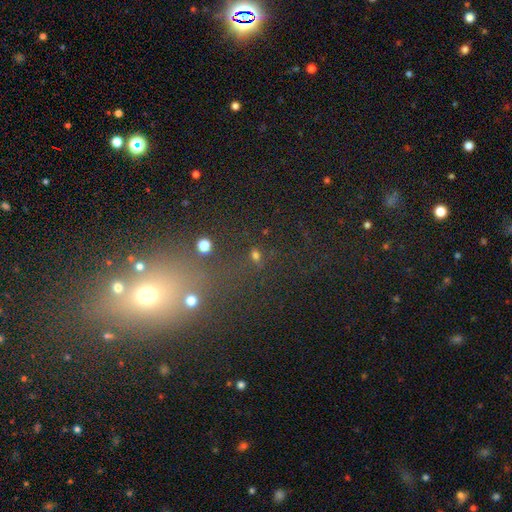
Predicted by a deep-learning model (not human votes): Q: Smooth or featured?
A: smooth (48%); runner-up: star or artifact (40%)
Q: Merging?
A: none (66%); runner-up: minor disturbance (13%)